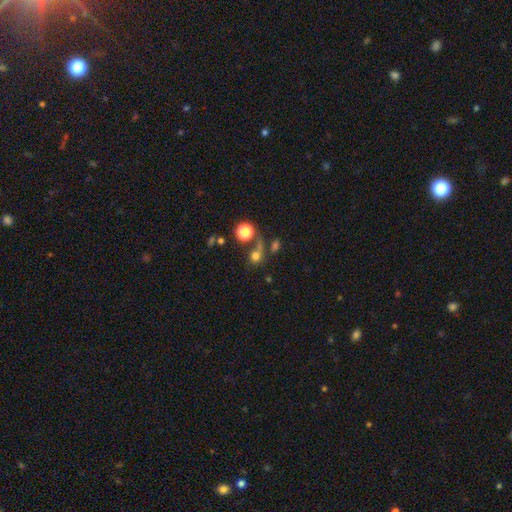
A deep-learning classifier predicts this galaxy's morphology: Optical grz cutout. It shows a smooth galaxy with no disk features (72%) that is round (85%). Merging: none (52%).